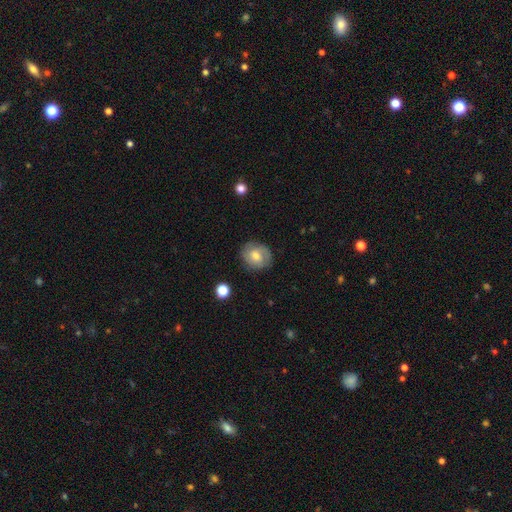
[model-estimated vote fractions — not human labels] Overall: smooth (52%; featured or disk 39%). How rounded: round (70%). Merging: none (80%).